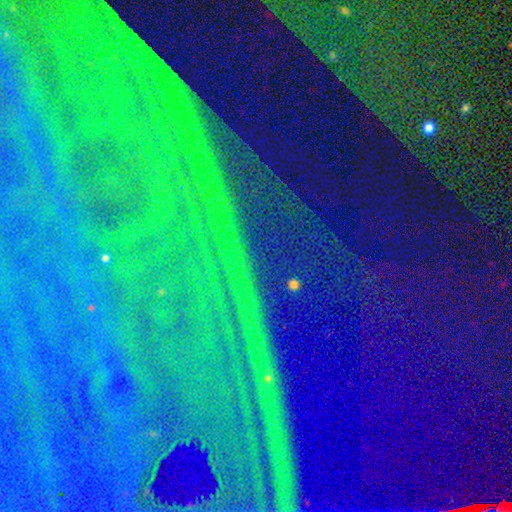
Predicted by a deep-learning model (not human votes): Overall: star or artifact (89%).